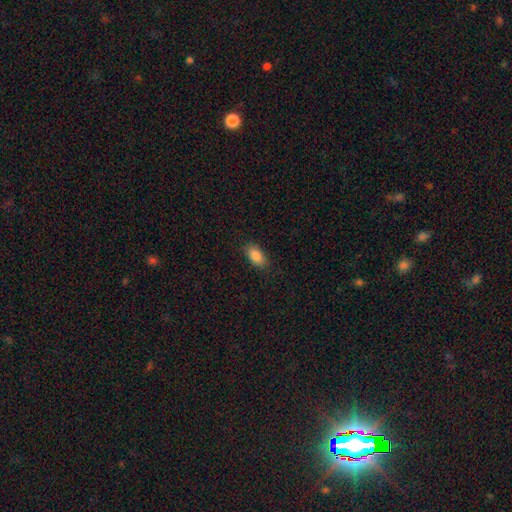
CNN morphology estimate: smooth_or_featured: smooth (p=0.86) [alt: star or artifact p=0.08]
how_rounded: in between (p=0.92) [alt: round p=0.05]
merging: none (p=0.86) [alt: minor disturbance p=0.10]